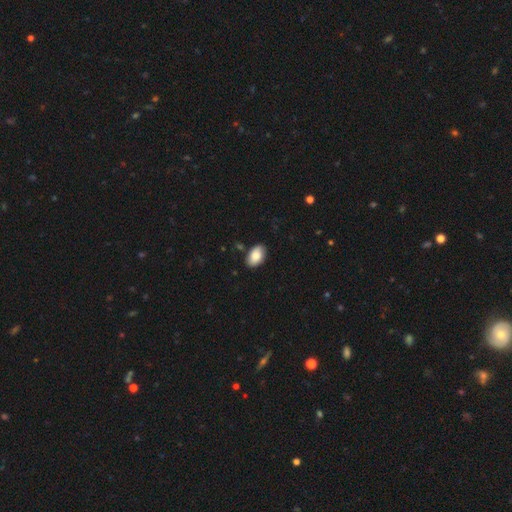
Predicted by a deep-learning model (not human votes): A smooth galaxy with no disk features (85%) that is in between round and cigar-shaped (93%).

Vote fractions:
- Smooth or featured? smooth: 85% / featured or disk: 9% / star or artifact: 7%
- How rounded? in between: 93% / round: 5% / cigar-shaped: 1%
- Merging? none: 85% / minor disturbance: 11% / major disturbance: 2% / merger: 2%